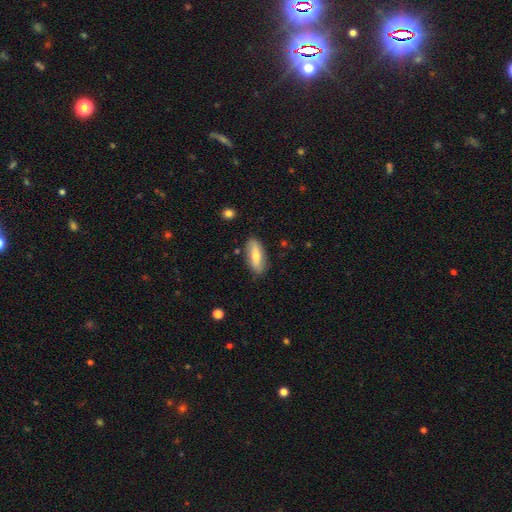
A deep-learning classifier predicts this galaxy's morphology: smooth_or_featured: smooth (p=0.60) [alt: featured or disk p=0.34]
how_rounded: in between (p=0.70) [alt: cigar-shaped p=0.27]
merging: none (p=0.83) [alt: minor disturbance p=0.13]